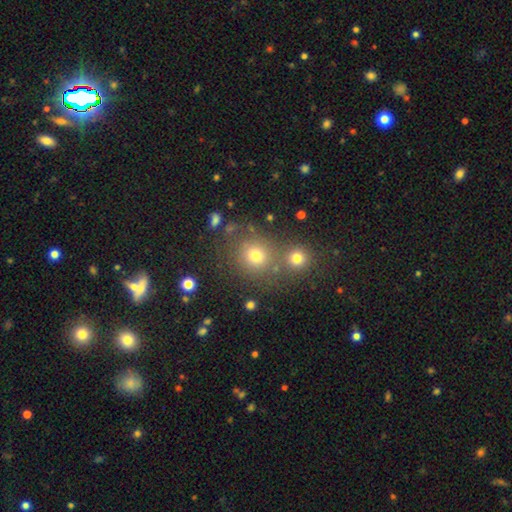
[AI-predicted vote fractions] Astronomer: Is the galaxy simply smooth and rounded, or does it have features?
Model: smooth — 73%.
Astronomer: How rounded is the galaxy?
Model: round — 83%.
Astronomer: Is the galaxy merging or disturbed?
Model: none — 61%.